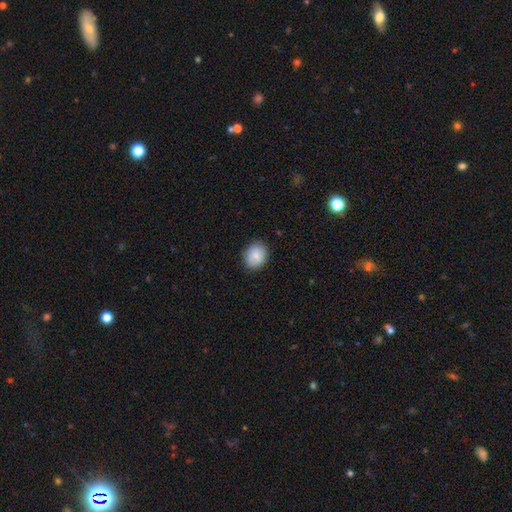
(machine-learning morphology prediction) Smooth or featured? smooth (87%)
How rounded? round (60%)
Merging? none (86%)